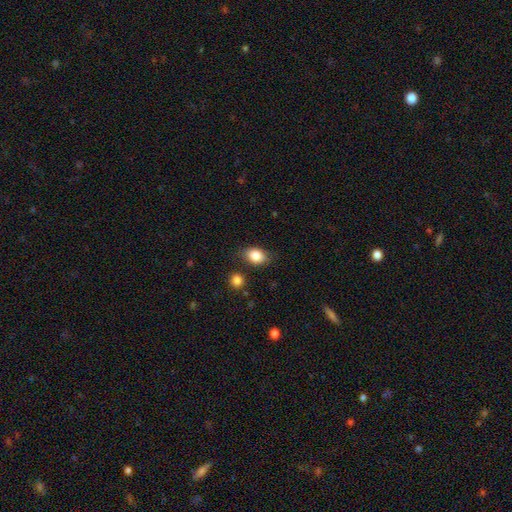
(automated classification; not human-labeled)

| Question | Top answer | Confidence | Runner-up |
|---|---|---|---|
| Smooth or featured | smooth | 84% | star or artifact (9%) |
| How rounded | in between | 74% | round (25%) |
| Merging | none | 77% | minor disturbance (15%) |